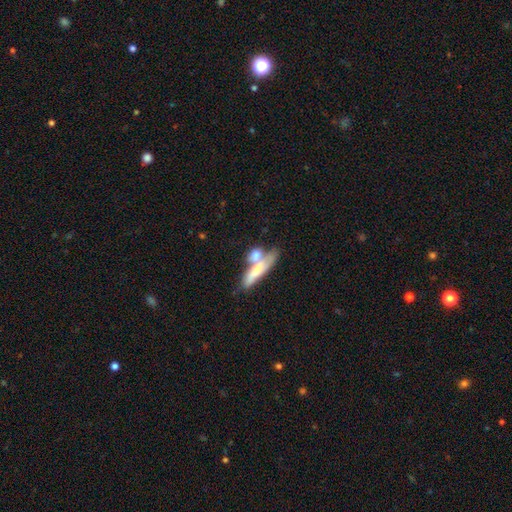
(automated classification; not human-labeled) Smooth or featured? smooth (65%)
How rounded? cigar-shaped (47%)
Merging? merger (51%)